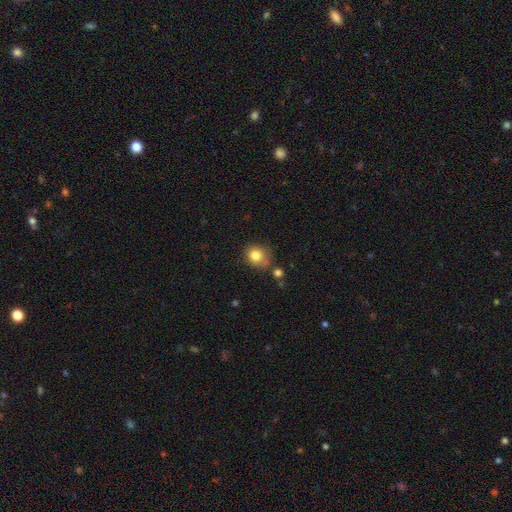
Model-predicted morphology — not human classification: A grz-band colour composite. It shows a smooth galaxy with no disk features (82%) that is round (80%). Merging: none (64%).